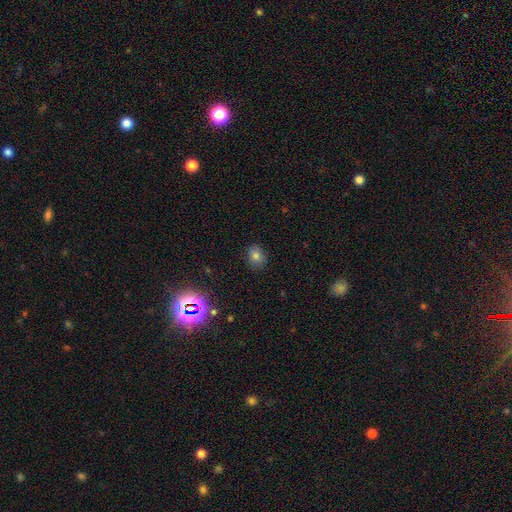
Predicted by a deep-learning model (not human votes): Smooth or featured?
  - smooth: 76% *
  - star or artifact: 15%
  - featured or disk: 9%
How rounded?
  - round: 56% *
  - in between: 43%
  - cigar-shaped: 1%
Merging?
  - none: 84% *
  - minor disturbance: 12%
  - major disturbance: 3%
  - merger: 1%